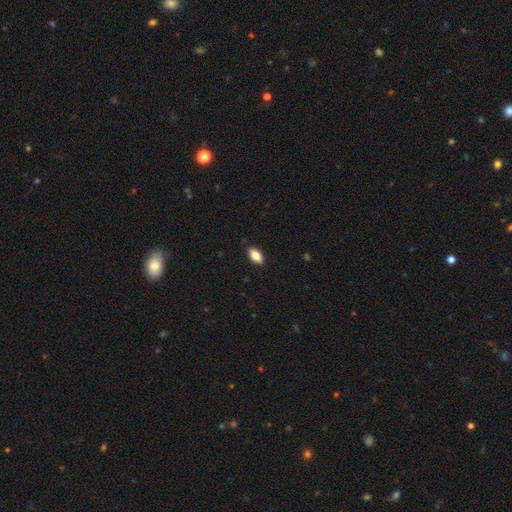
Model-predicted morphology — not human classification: A smooth galaxy with no disk features (82%) that is in between round and cigar-shaped (89%). Merging: none (88%).